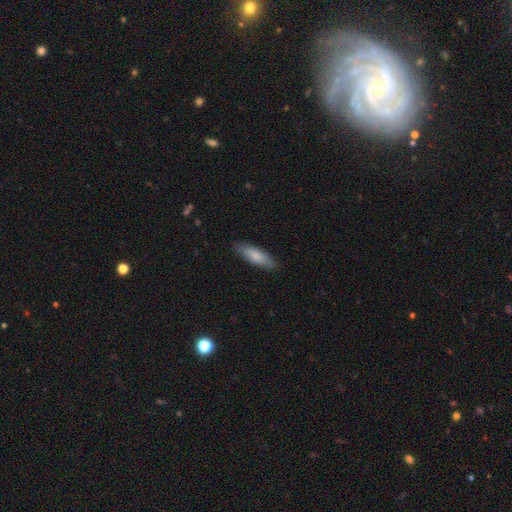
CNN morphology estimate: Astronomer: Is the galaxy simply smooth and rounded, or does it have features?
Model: smooth — 79%.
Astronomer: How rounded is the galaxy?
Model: cigar-shaped — 50% (runner-up: in between, 48%).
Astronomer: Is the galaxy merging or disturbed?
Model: none — 86%.